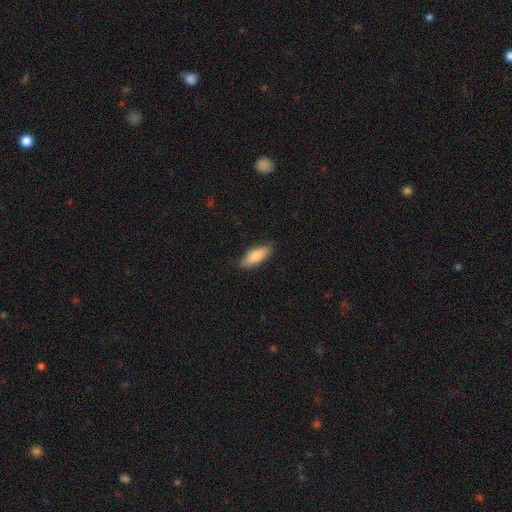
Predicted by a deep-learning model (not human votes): Q: Smooth or featured?
A: smooth (80%); runner-up: featured or disk (14%)
Q: How rounded?
A: in between (72%); runner-up: cigar-shaped (26%)
Q: Merging?
A: none (84%); runner-up: minor disturbance (13%)